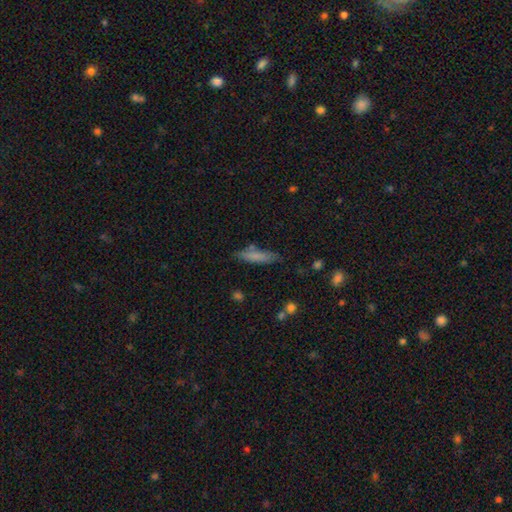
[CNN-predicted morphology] Smooth or featured? Predicted: smooth (p=0.76). How rounded? Predicted: cigar-shaped (p=0.75). Merging? Predicted: none (p=0.72).